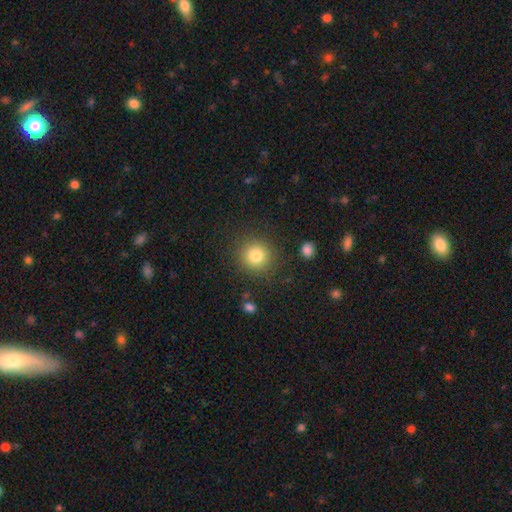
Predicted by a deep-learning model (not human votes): smooth 81%, star or artifact 12%, featured or disk 7%. Down the decision tree: how rounded — round (91%); merging — none (87%).